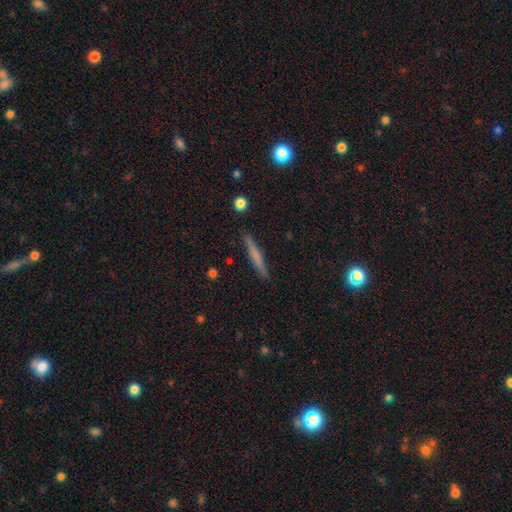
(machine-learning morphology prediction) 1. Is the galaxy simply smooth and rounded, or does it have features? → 57% smooth, 36% featured or disk, 7% star or artifact.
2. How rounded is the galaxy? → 95% cigar-shaped, 3% in between, 2% round.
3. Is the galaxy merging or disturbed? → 91% none, 7% minor disturbance, 2% major disturbance, 1% merger.